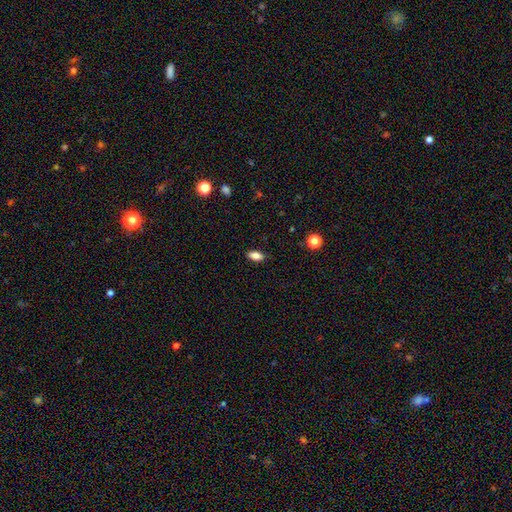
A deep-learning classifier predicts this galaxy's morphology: Q: Smooth or featured?
A: smooth (83%); runner-up: star or artifact (9%)
Q: How rounded?
A: in between (88%); runner-up: cigar-shaped (7%)
Q: Merging?
A: none (87%); runner-up: minor disturbance (10%)